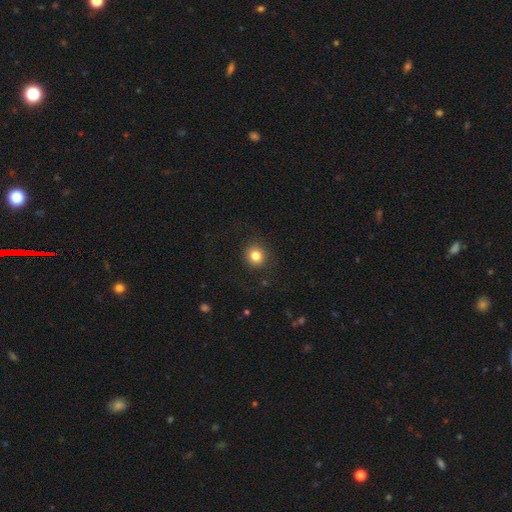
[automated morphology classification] smooth-or-featured: smooth: 82% | star or artifact: 11% | featured or disk: 6%
  how-rounded: round: 86% | in between: 13% | cigar-shaped: 1%
  merging: none: 88% | minor disturbance: 8% | major disturbance: 3% | merger: 1%